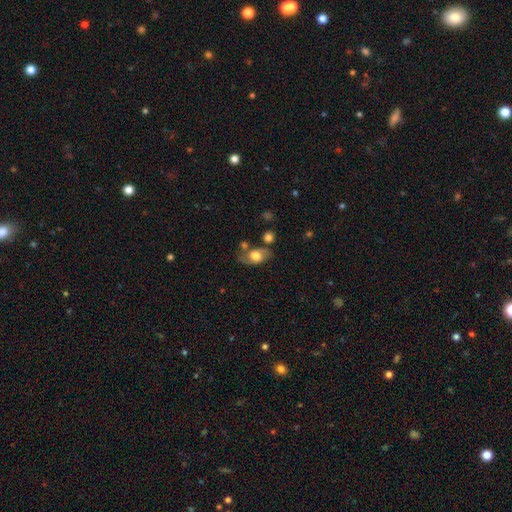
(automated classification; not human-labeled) A featured or disk galaxy (47%).

Vote fractions:
- Smooth or featured? featured or disk: 47% / smooth: 45% / star or artifact: 8%
- Merging? none: 60% / minor disturbance: 21% / merger: 11% / major disturbance: 9%